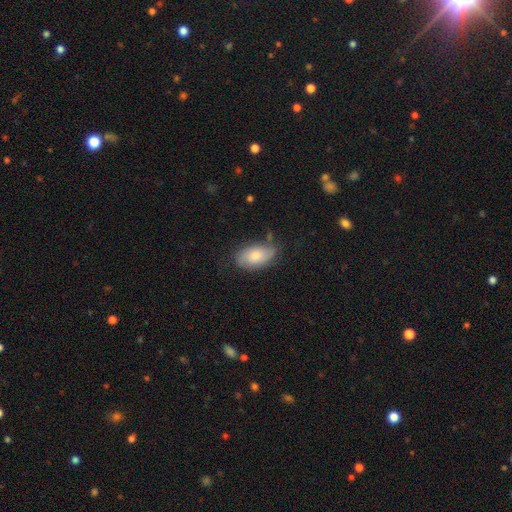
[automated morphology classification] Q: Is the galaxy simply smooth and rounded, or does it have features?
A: smooth — 72%.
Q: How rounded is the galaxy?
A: in between — 94%.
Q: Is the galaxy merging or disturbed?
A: none — 62%.